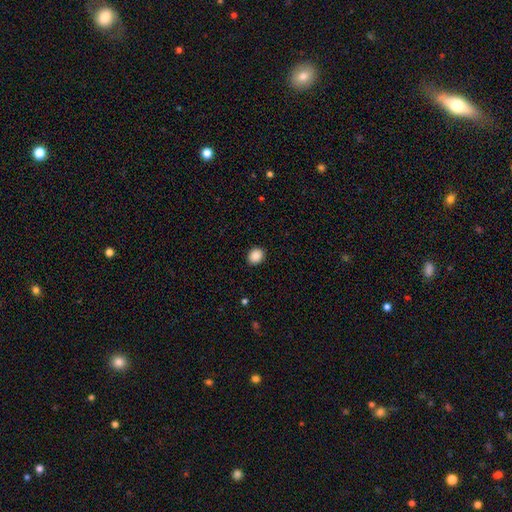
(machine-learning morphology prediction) Smooth or featured?
  - smooth: 89% *
  - star or artifact: 8%
  - featured or disk: 3%
How rounded?
  - round: 61% *
  - in between: 38%
  - cigar-shaped: 1%
Merging?
  - none: 91% *
  - minor disturbance: 6%
  - major disturbance: 2%
  - merger: 1%